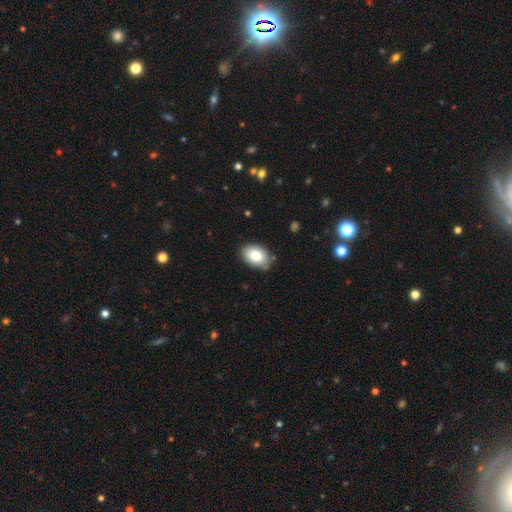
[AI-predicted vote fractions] This is clearly a smooth galaxy (83%). How rounded: clearly in between (82%). Merging: clearly none (81%).